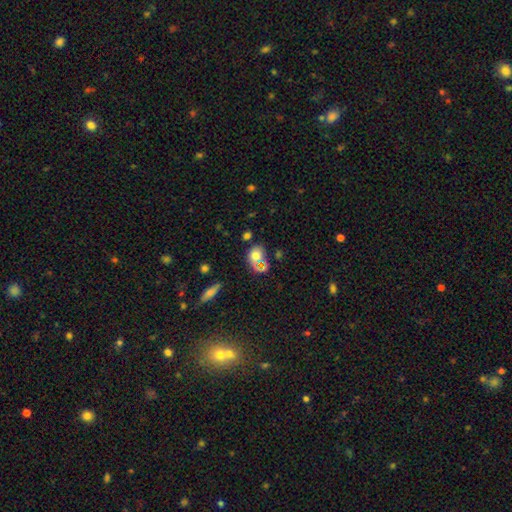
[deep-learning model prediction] The model was most divided on "how rounded": round: 56%, in between: 42%, cigar-shaped: 2%. More confident: smooth or featured — smooth (72%); merging — none (64%).